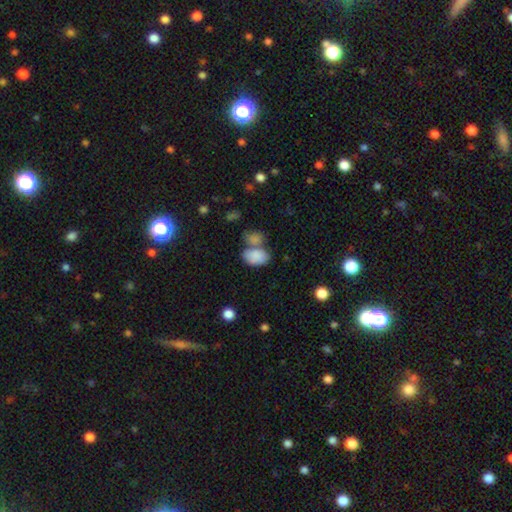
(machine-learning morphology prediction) This is clearly a smooth galaxy (84%). How rounded: clearly in between (89%). Merging: marginally merger (41%).